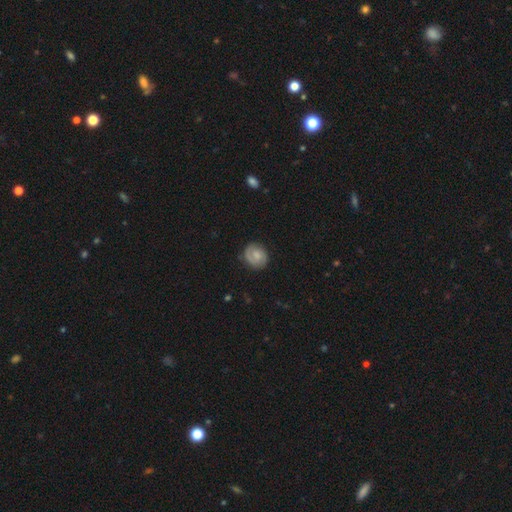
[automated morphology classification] Smooth or featured? smooth (47%)
Merging? none (80%)